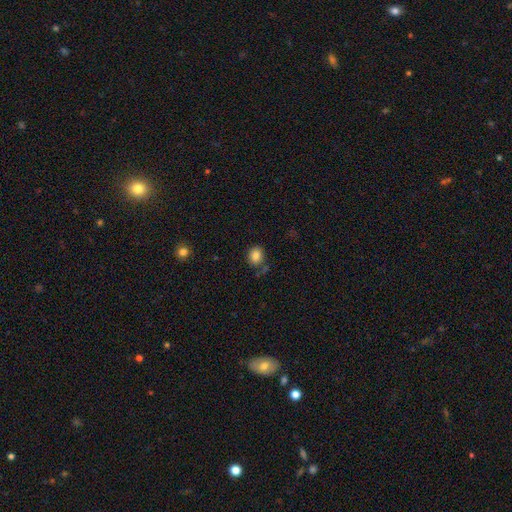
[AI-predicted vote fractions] smooth 83%, star or artifact 10%, featured or disk 7%. Down the decision tree: how rounded — round (66%); merging — none (75%).